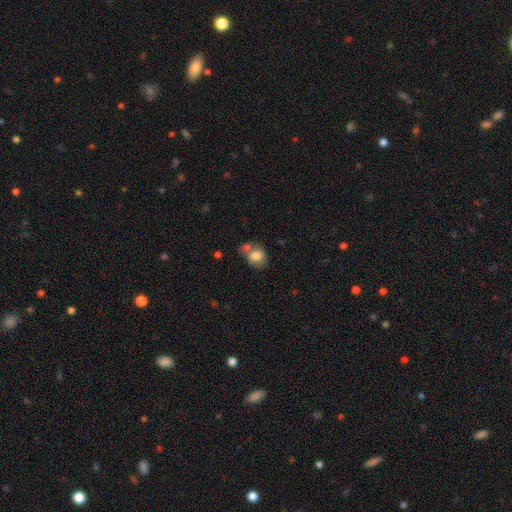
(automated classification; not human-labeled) Smooth or featured: smooth — 79% (featured or disk — 13%)
How rounded: round — 51% (in between — 48%)
Merging: none — 40% (merger — 37%)